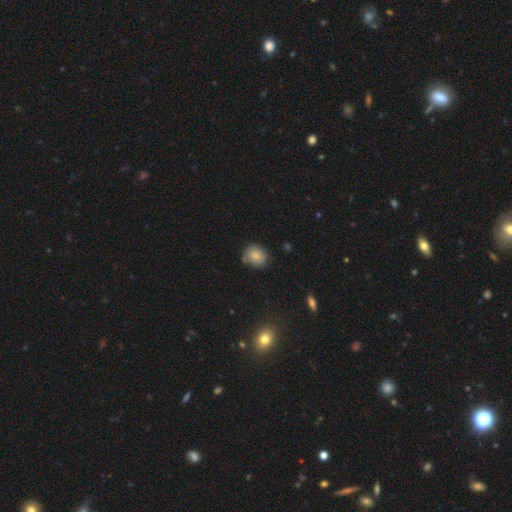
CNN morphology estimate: A smooth galaxy with no disk features (81%) that is round (65%). Merging: none (73%).